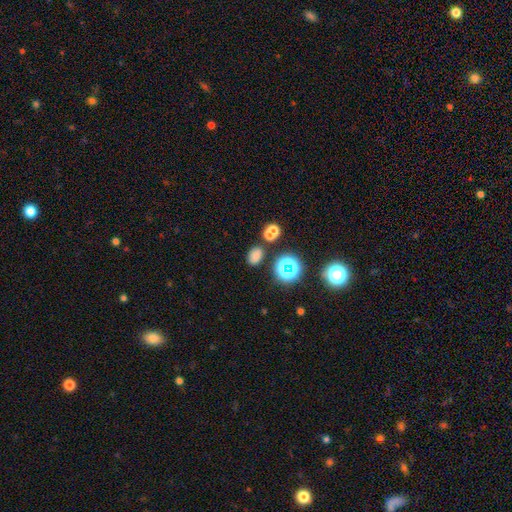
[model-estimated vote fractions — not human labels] Overall: smooth (70%). How rounded: in between (77%). Merging: none (74%).